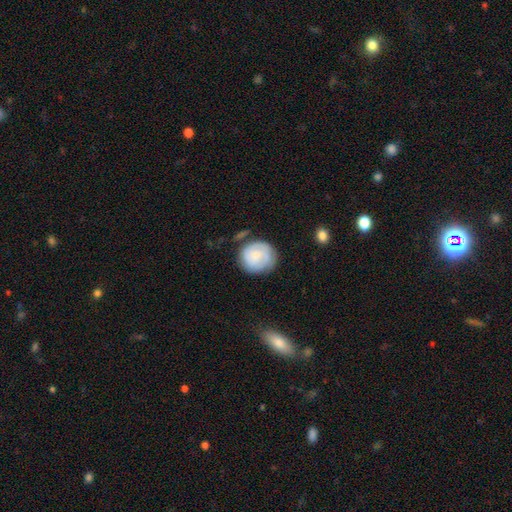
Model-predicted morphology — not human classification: This is likely a smooth galaxy (62%). How rounded: clearly round (87%). Merging: likely none (65%).